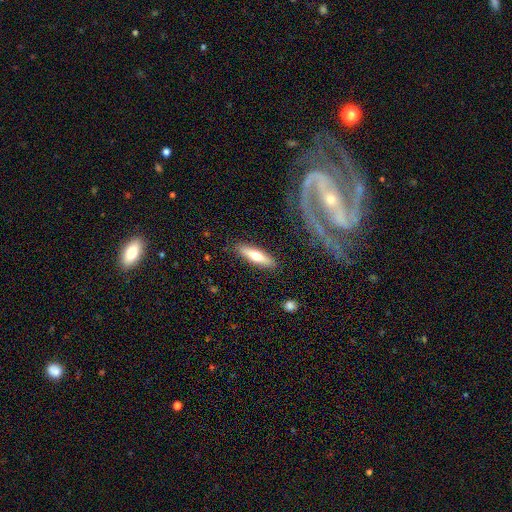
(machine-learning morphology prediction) This appears to be a smooth galaxy with no disk features (57%) that is cigar-shaped (69%). Merging: none (88%).